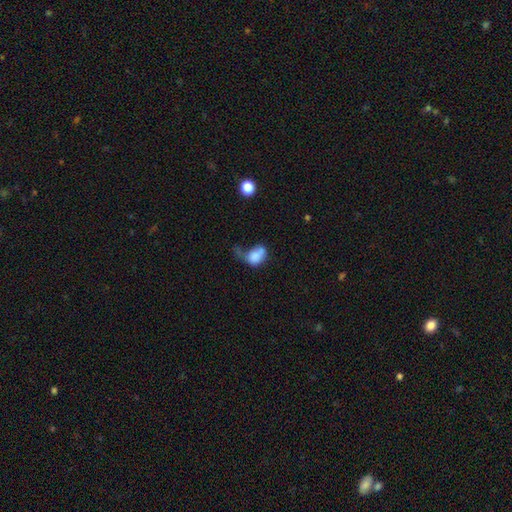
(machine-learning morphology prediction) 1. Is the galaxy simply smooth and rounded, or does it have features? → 75% smooth, 15% featured or disk, 10% star or artifact.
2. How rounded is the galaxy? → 75% in between, 23% round, 2% cigar-shaped.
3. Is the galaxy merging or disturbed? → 33% major disturbance, 24% merger, 22% minor disturbance, 20% none.